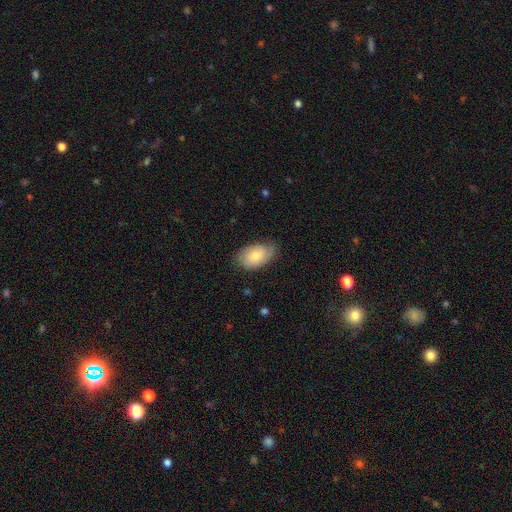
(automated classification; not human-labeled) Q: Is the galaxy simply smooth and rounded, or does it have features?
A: smooth — 68%.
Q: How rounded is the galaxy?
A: in between — 92%.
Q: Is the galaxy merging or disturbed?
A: none — 64%.